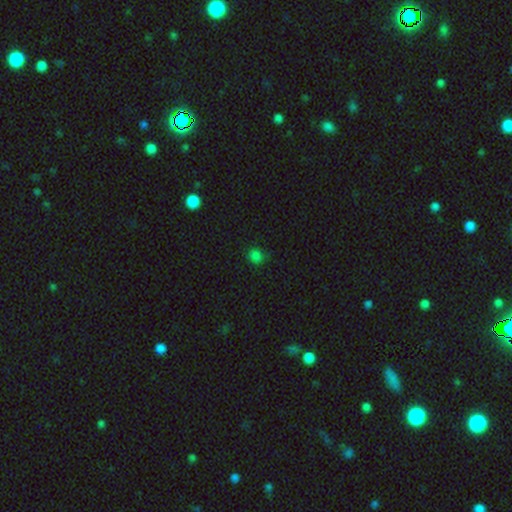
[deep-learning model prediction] Smooth or featured? smooth (79%)
How rounded? round (81%)
Merging? none (83%)